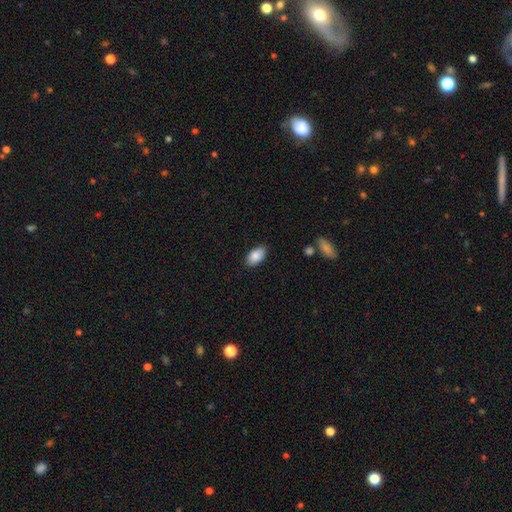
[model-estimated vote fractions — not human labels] Q: Smooth or featured?
A: smooth (87%); runner-up: star or artifact (7%)
Q: How rounded?
A: in between (94%); runner-up: round (4%)
Q: Merging?
A: none (85%); runner-up: minor disturbance (11%)